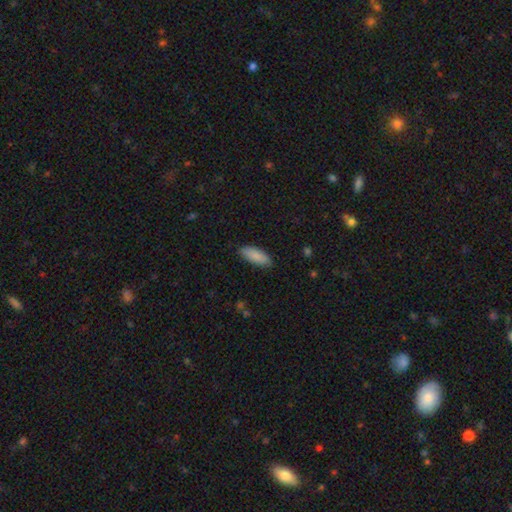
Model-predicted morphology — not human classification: Smooth or featured: smooth — 89% (featured or disk — 6%)
How rounded: in between — 77% (cigar-shaped — 22%)
Merging: none — 84% (minor disturbance — 13%)